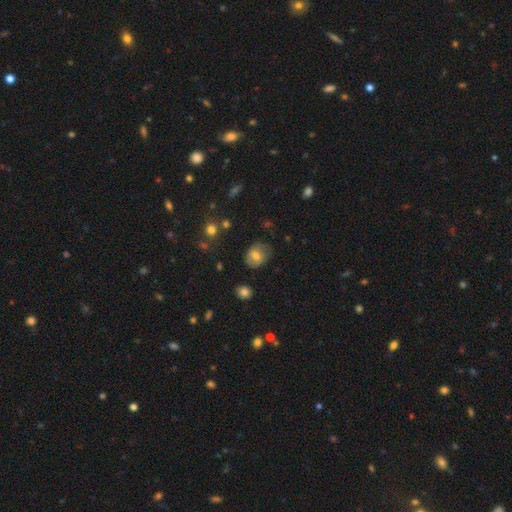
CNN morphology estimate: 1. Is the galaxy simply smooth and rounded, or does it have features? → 63% smooth, 28% featured or disk, 9% star or artifact.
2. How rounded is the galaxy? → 49% round (tied), 49% in between (tied), 1% cigar-shaped.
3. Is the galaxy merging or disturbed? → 63% none, 25% minor disturbance, 11% major disturbance, 2% merger.